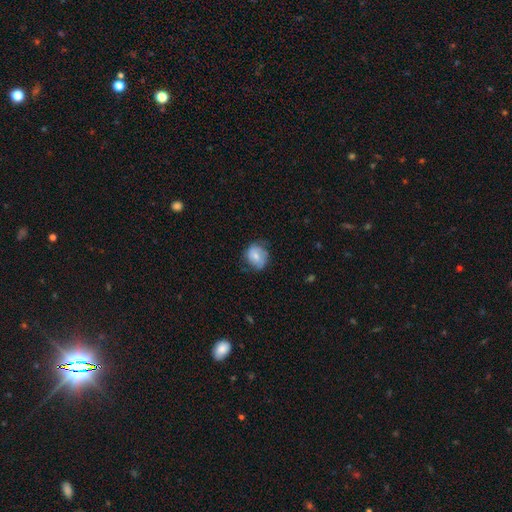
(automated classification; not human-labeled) smooth 64%, featured or disk 28%, star or artifact 7%. Down the decision tree: how rounded — round (70%); merging — none (63%).